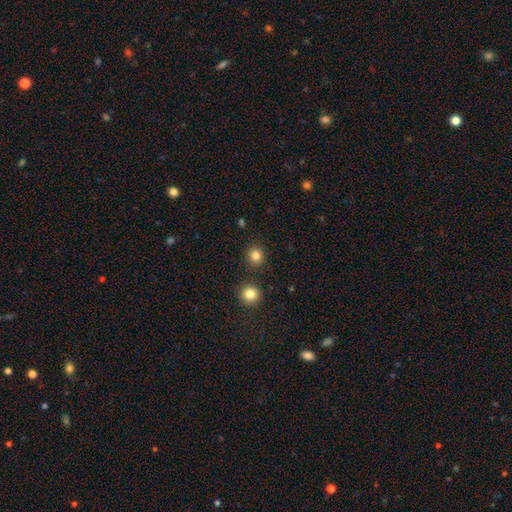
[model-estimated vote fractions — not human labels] A smooth galaxy with no disk features (82%) that is round (91%). Merging: none (89%).